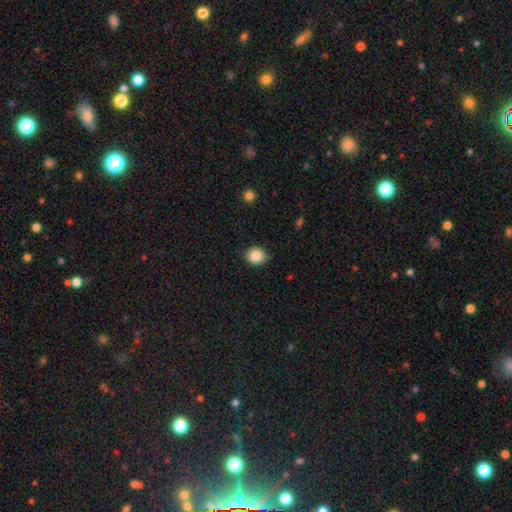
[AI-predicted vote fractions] Smooth or featured: smooth — 86% (star or artifact — 9%)
How rounded: round — 77% (in between — 22%)
Merging: none — 88% (minor disturbance — 9%)